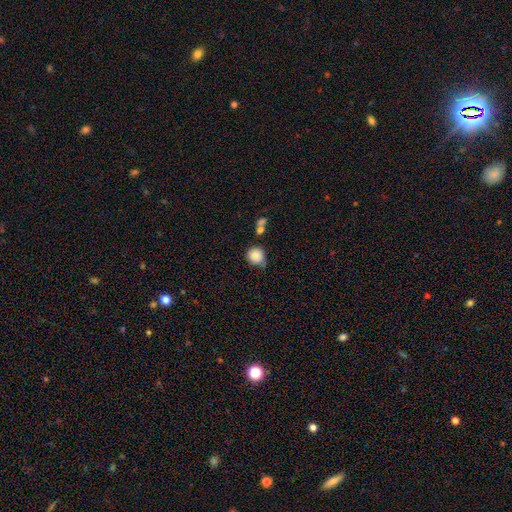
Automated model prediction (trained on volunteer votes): Q: Smooth or featured?
A: smooth (86%); runner-up: star or artifact (9%)
Q: How rounded?
A: round (91%); runner-up: in between (8%)
Q: Merging?
A: none (62%); runner-up: minor disturbance (22%)